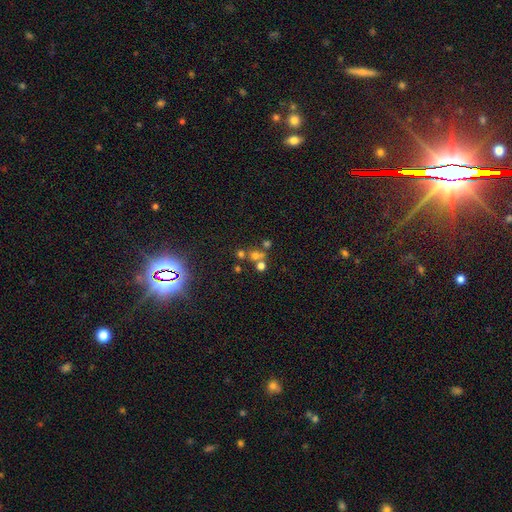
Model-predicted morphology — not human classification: smooth 52%, star or artifact 31%, featured or disk 18%. Down the decision tree: how rounded — round (84%); merging — none (48%).